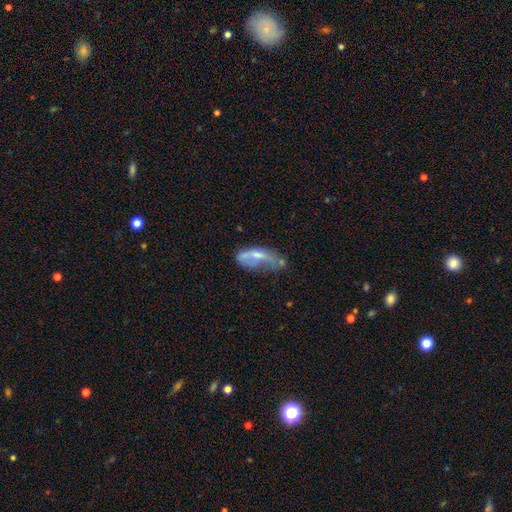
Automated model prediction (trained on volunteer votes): A smooth galaxy with no disk features (48%).

Vote fractions:
- Smooth or featured? smooth: 48% / featured or disk: 44% / star or artifact: 9%
- Merging? major disturbance: 32% / minor disturbance: 28% / none: 25% / merger: 15%